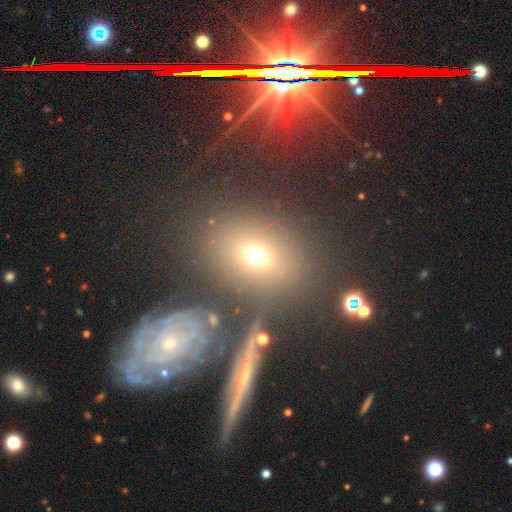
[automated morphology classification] The model was most divided on "how rounded": in between: 54%, round: 44%, cigar-shaped: 2%. More confident: merging — none (73%); smooth or featured — smooth (65%).